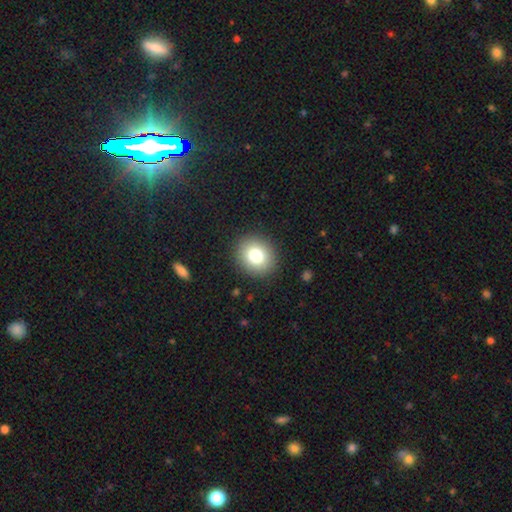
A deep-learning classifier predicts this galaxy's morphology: smooth-or-featured: smooth: 79% | star or artifact: 11% | featured or disk: 11%
  how-rounded: round: 76% | in between: 23% | cigar-shaped: 1%
  merging: none: 90% | minor disturbance: 7% | major disturbance: 2% | merger: 1%